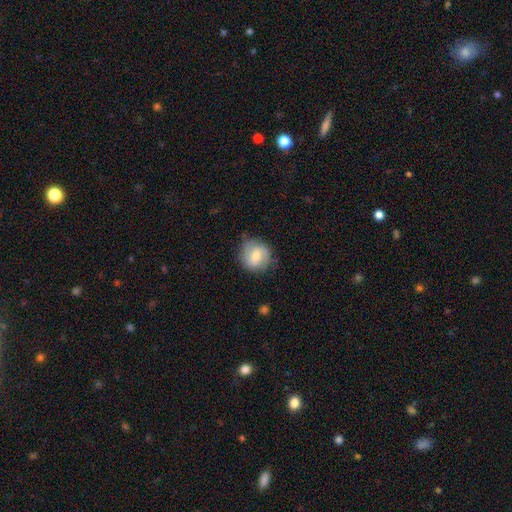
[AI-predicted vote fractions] Smooth or featured: smooth — 57% (featured or disk — 36%)
How rounded: round — 86% (in between — 13%)
Merging: none — 76% (minor disturbance — 19%)